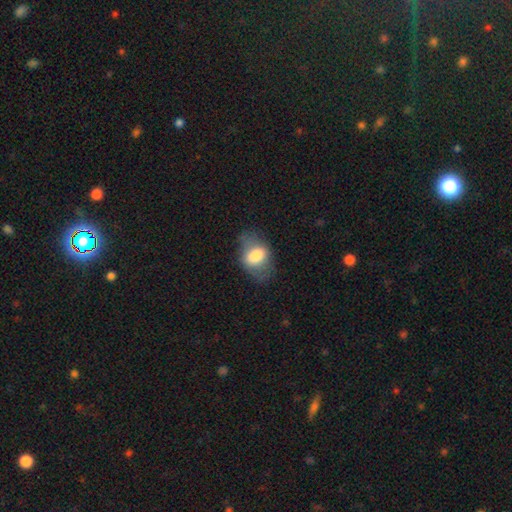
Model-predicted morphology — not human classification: Smooth or featured: smooth — 71% (featured or disk — 21%)
How rounded: in between — 80% (round — 18%)
Merging: none — 58% (minor disturbance — 25%)